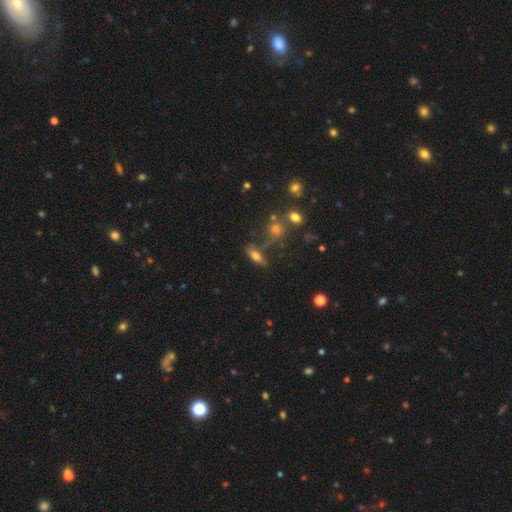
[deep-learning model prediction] Overall: smooth (67%). How rounded: in between (68%). Merging: none (63%).